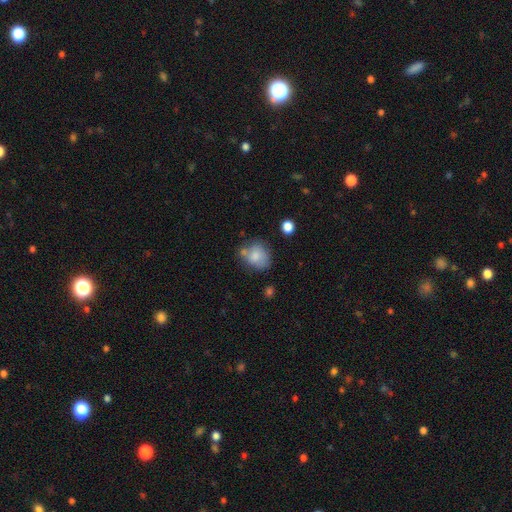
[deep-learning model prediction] Smooth or featured? Predicted: smooth (p=0.76). How rounded? Predicted: round (p=0.56). Merging? Predicted: none (p=0.49).